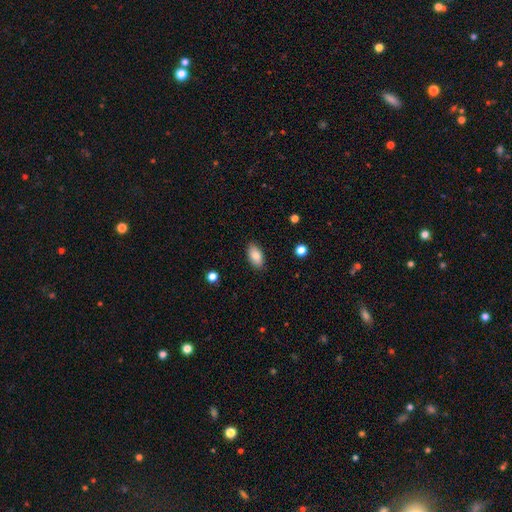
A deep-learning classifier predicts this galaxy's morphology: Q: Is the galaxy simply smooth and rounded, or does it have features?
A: smooth — 86%.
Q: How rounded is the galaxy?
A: in between — 92%.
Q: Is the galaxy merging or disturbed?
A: none — 87%.